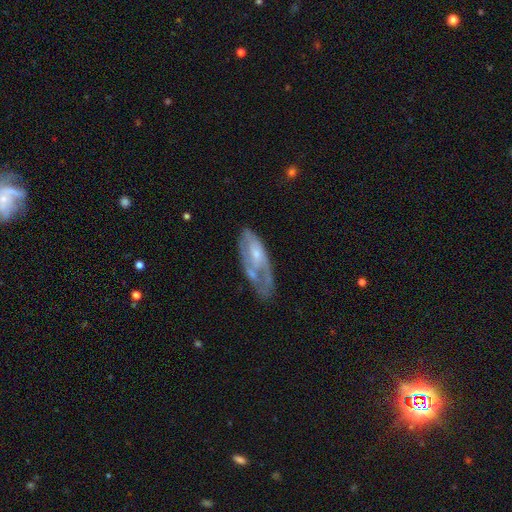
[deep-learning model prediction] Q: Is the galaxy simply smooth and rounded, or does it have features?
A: featured or disk — 62%.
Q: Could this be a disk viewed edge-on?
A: no — 86%.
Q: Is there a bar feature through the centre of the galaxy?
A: no — 73%.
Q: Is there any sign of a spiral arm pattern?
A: yes — 53%.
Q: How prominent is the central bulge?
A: small — 55%.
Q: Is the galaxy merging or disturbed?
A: none — 42%.